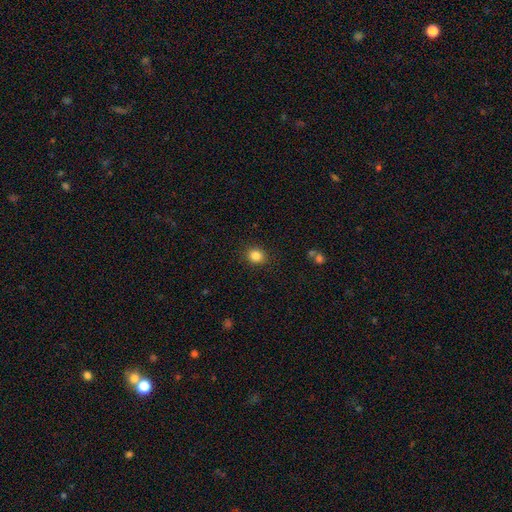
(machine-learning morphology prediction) Overall: smooth (85%). How rounded: round (73%). Merging: none (89%).